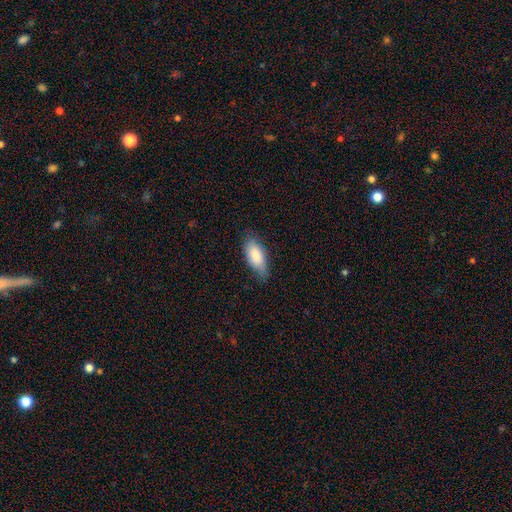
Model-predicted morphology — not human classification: Smooth or featured: smooth — 83% (featured or disk — 11%)
How rounded: in between — 84% (cigar-shaped — 14%)
Merging: none — 71% (minor disturbance — 24%)